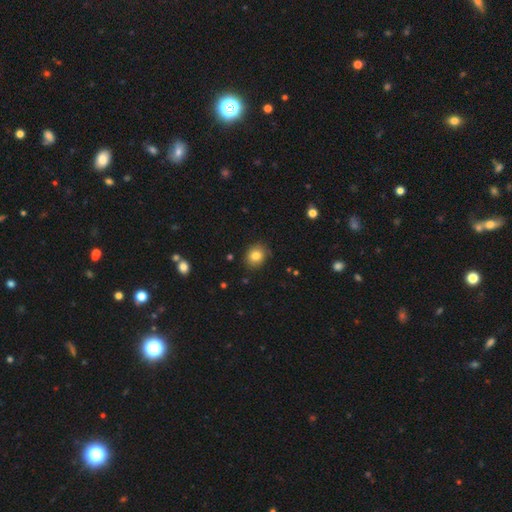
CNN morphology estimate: A smooth galaxy with no disk features (82%) that is round (63%). Merging: none (84%).